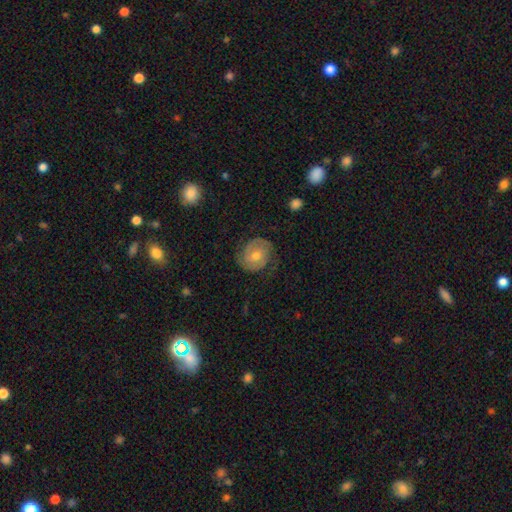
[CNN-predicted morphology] Smooth or featured?
  - featured or disk: 70% *
  - smooth: 22%
  - star or artifact: 8%
Edge-on disk?
  - no: 97% *
  - yes: 3%
Bar?
  - no: 66% *
  - weak: 27%
  - strong: 6%
Spiral arms?
  - yes: 89% *
  - no: 11%
Spiral winding?
  - tight: 59% *
  - medium: 31%
  - loose: 10%
Spiral arm count?
  - 2: 77% *
  - can't tell: 13%
  - 3: 4%
  - 1: 3%
  - 4: 2%
  - more than 4: 2%
Bulge size?
  - moderate: 61% *
  - small: 34%
  - large: 3%
  - none: 1%
  - dominant: 1%
Merging?
  - none: 77% *
  - minor disturbance: 15%
  - major disturbance: 6%
  - merger: 1%